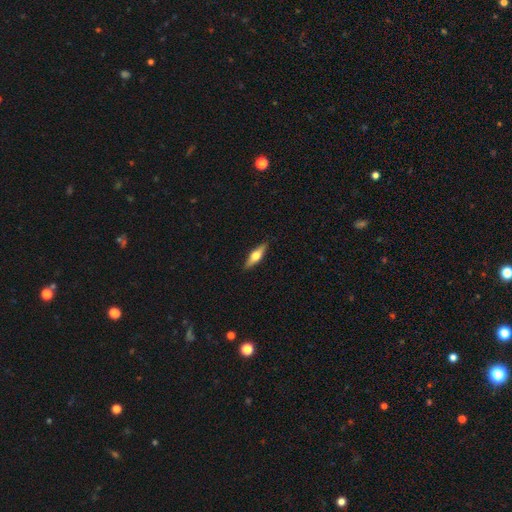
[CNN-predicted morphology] Overall: featured or disk (51%; smooth 43%). Edge-on disk: yes (94%). Merging: none (89%).